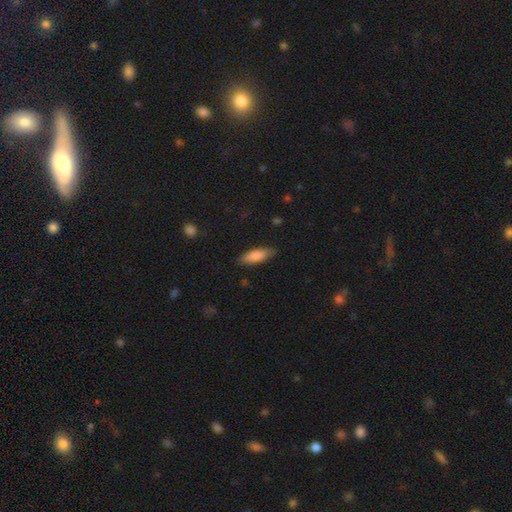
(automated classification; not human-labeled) smooth-or-featured: smooth: 83% | featured or disk: 11% | star or artifact: 6%
  how-rounded: in between: 61% | cigar-shaped: 37% | round: 2%
  merging: none: 83% | minor disturbance: 14% | major disturbance: 3% | merger: 1%